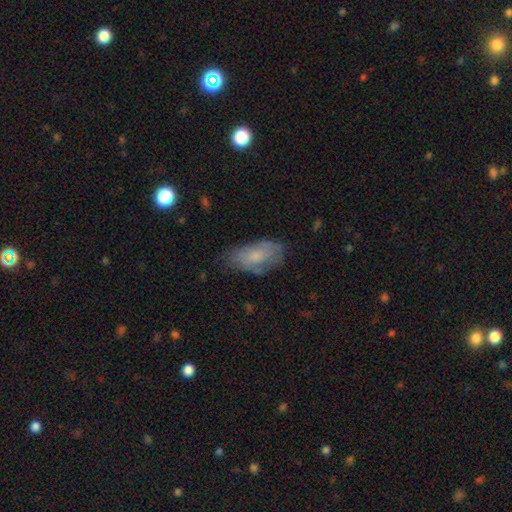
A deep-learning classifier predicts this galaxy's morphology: Smooth or featured? Predicted: smooth (p=0.66). How rounded? Predicted: in between (p=0.91). Merging? Predicted: none (p=0.59).